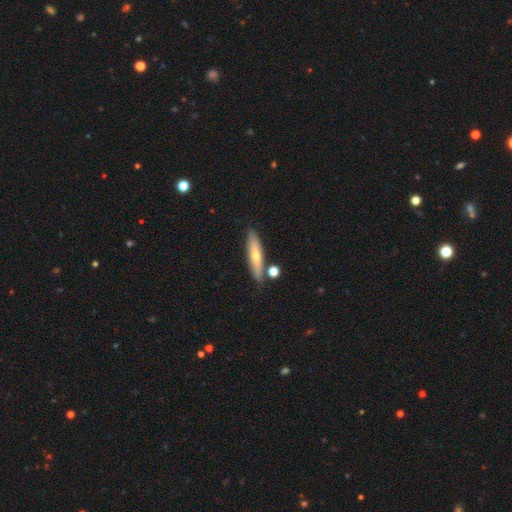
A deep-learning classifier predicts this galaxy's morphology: This appears to be a smooth galaxy with no disk features (57%) that is cigar-shaped (76%). Merging: none (77%).